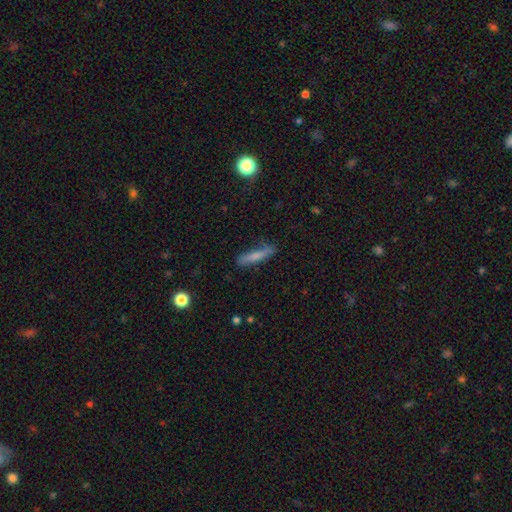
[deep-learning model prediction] Smooth or featured: smooth — 68% (featured or disk — 24%)
How rounded: cigar-shaped — 87% (in between — 11%)
Merging: none — 72% (minor disturbance — 20%)